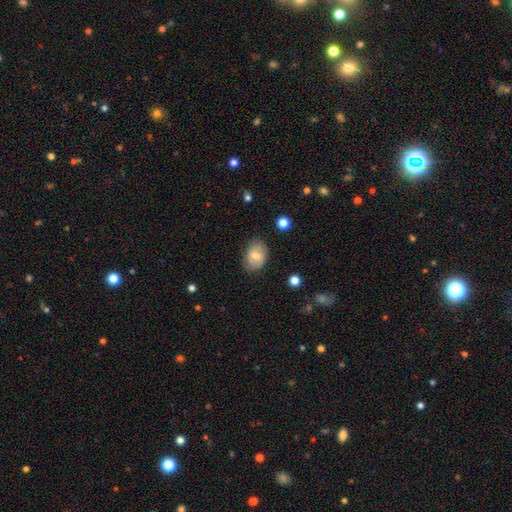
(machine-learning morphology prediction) smooth_or_featured: smooth (p=0.68) [alt: featured or disk p=0.24]
how_rounded: in between (p=0.73) [alt: round p=0.26]
merging: none (p=0.76) [alt: minor disturbance p=0.19]